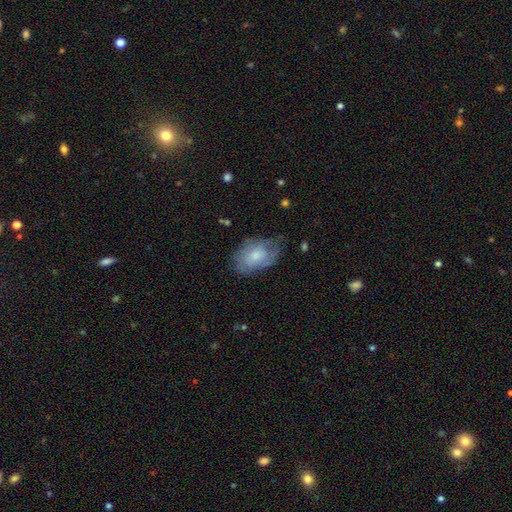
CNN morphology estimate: Smooth or featured?
  - smooth: 56% *
  - featured or disk: 36%
  - star or artifact: 7%
How rounded?
  - in between: 87% *
  - round: 12%
  - cigar-shaped: 1%
Merging?
  - none: 56% *
  - minor disturbance: 30%
  - major disturbance: 13%
  - merger: 2%